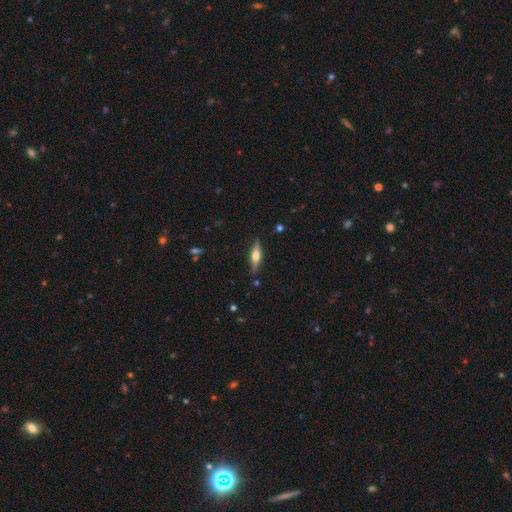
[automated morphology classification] smooth_or_featured: featured or disk (p=0.59) [alt: smooth p=0.35]
disk_edge_on: yes (p=0.94) [alt: no p=0.06]
edge_on_bulge: rounded (p=0.92) [alt: boxy p=0.05]
merging: none (p=0.86) [alt: minor disturbance p=0.10]